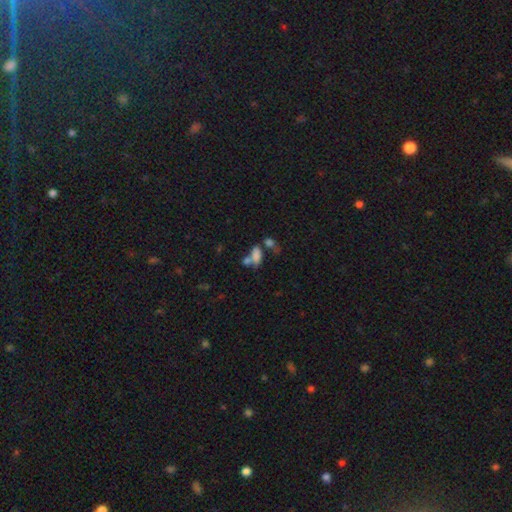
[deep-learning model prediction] Smooth or featured?
  - smooth: 74% *
  - star or artifact: 13%
  - featured or disk: 13%
How rounded?
  - in between: 84% *
  - cigar-shaped: 9%
  - round: 7%
Merging?
  - merger: 45% *
  - none: 33%
  - minor disturbance: 13%
  - major disturbance: 9%